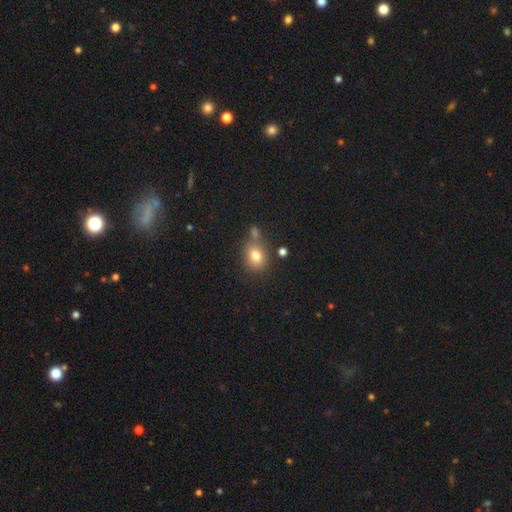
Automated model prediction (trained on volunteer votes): smooth-or-featured: smooth: 78% | star or artifact: 12% | featured or disk: 11%
  how-rounded: round: 53% | in between: 45% | cigar-shaped: 1%
  merging: none: 64% | merger: 16% | minor disturbance: 15% | major disturbance: 5%